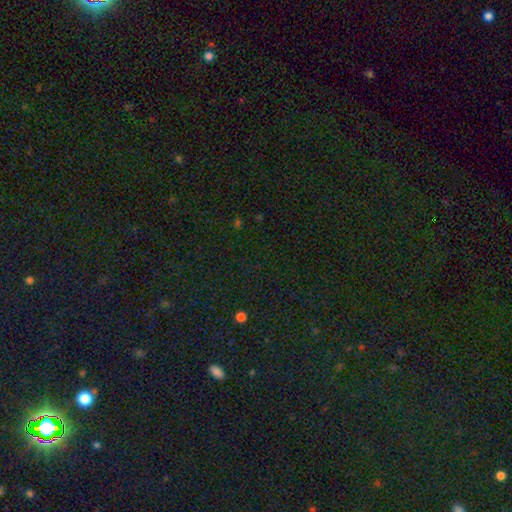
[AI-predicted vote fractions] star or artifact 77%, smooth 16%, featured or disk 7%.